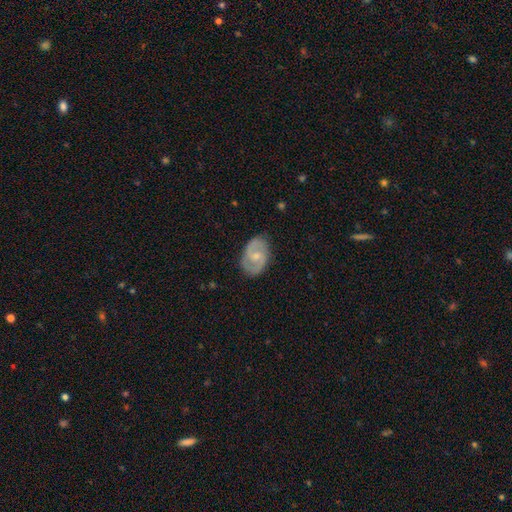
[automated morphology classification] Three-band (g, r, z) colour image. It shows a featured or disk galaxy (77%) with a weak bar (49%), 2 (88%) medium (52%) spiral arms (92%) and a small central bulge (53%). Merging: none (82%).